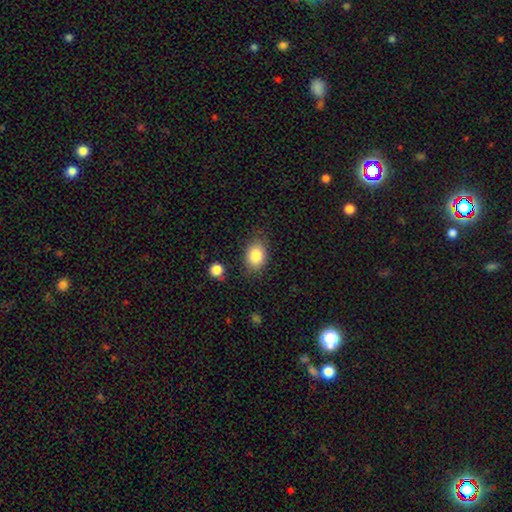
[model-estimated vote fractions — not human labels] This appears to be a smooth galaxy with no disk features (84%) that is in between round and cigar-shaped (68%). Merging: none (79%).